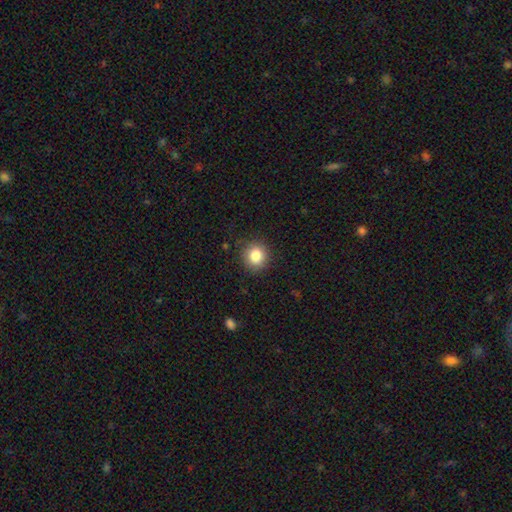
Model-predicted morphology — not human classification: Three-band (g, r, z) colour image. It shows a smooth galaxy with no disk features (84%) that is round (85%). Merging: none (86%).